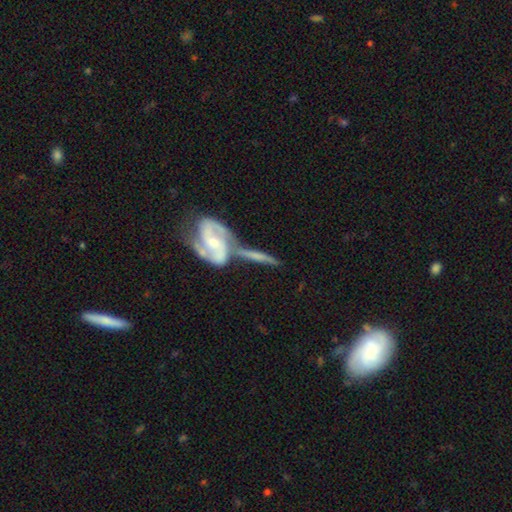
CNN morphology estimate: smooth-or-featured: featured or disk: 73% | smooth: 21% | star or artifact: 6%
  disk-edge-on: no: 57% | yes: 43%
  merging: merger: 44% | none: 38% | minor disturbance: 12% | major disturbance: 6%